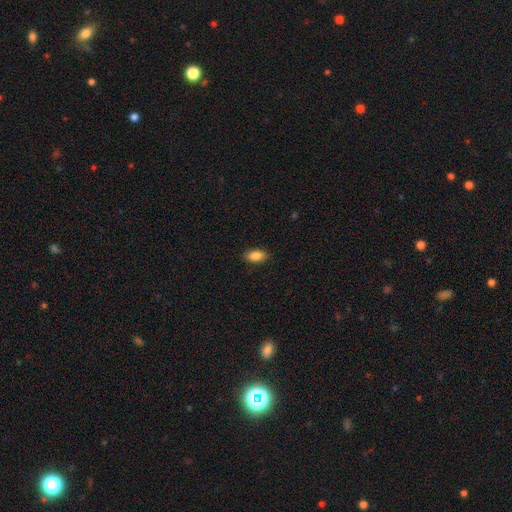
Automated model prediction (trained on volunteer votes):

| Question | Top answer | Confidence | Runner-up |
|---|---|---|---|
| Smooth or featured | smooth | 87% | star or artifact (7%) |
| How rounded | in between | 91% | cigar-shaped (5%) |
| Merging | none | 88% | minor disturbance (9%) |